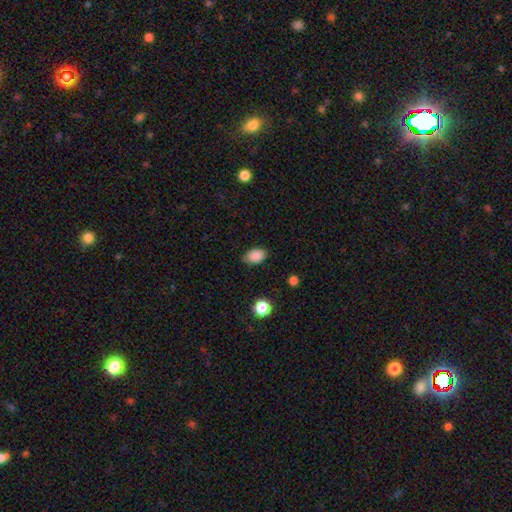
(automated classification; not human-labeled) The model was most divided on "merging": none: 81%, minor disturbance: 15%, major disturbance: 3%, merger: 1%. More confident: smooth or featured — smooth (88%); how rounded — in between (85%).